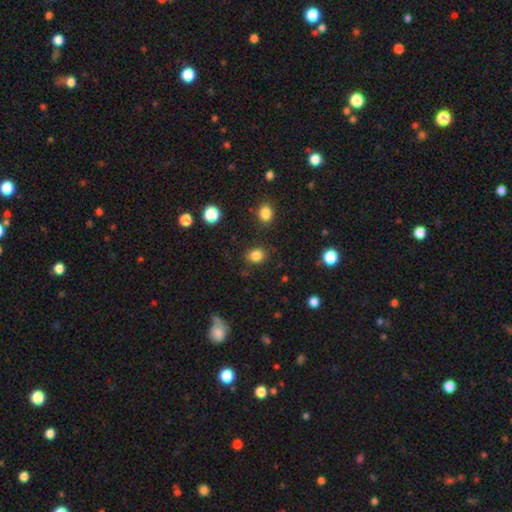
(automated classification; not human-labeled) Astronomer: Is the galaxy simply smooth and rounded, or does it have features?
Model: smooth — 83%.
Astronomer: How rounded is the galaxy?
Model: round — 57% (runner-up: in between, 42%).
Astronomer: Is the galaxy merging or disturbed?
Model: none — 84%.